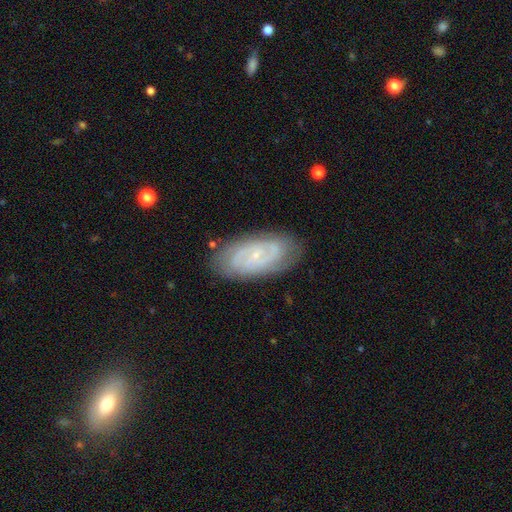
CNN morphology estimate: Smooth or featured? Predicted: featured or disk (p=0.80). Edge-on disk? Predicted: no (p=0.95). Bar? Predicted: no (p=0.53). Spiral arms? Predicted: yes (p=0.94). Spiral winding? Predicted: tight (p=0.55). Spiral arm count? Predicted: 2 (p=0.56). Bulge size? Predicted: small (p=0.83). Merging? Predicted: none (p=0.81).